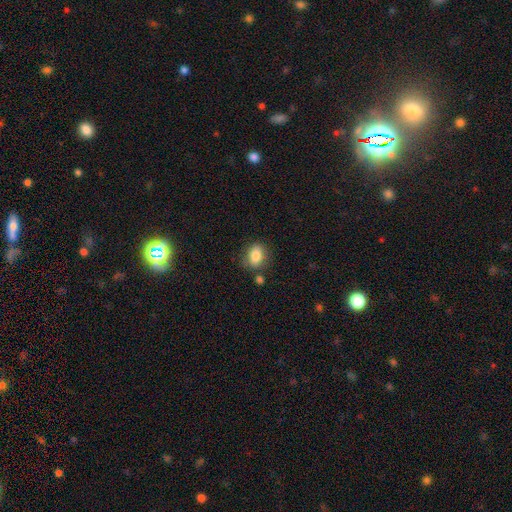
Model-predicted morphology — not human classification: smooth-or-featured: smooth: 83% | featured or disk: 9% | star or artifact: 9%
  how-rounded: in between: 70% | round: 28% | cigar-shaped: 2%
  merging: none: 74% | minor disturbance: 15% | merger: 7% | major disturbance: 4%